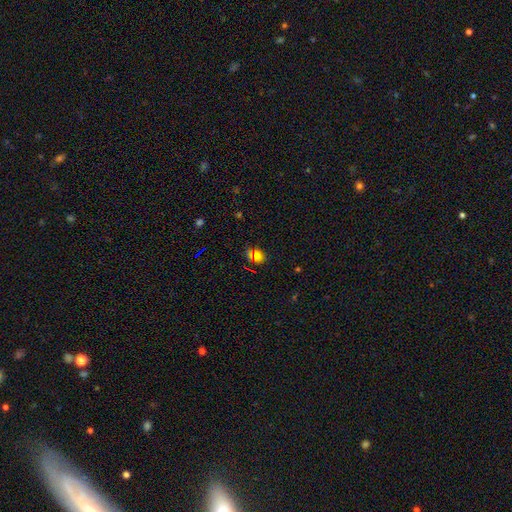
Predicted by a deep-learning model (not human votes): smooth_or_featured: smooth (p=0.58) [alt: star or artifact p=0.34]
how_rounded: round (p=0.59) [alt: in between p=0.39]
merging: none (p=0.80) [alt: minor disturbance p=0.13]